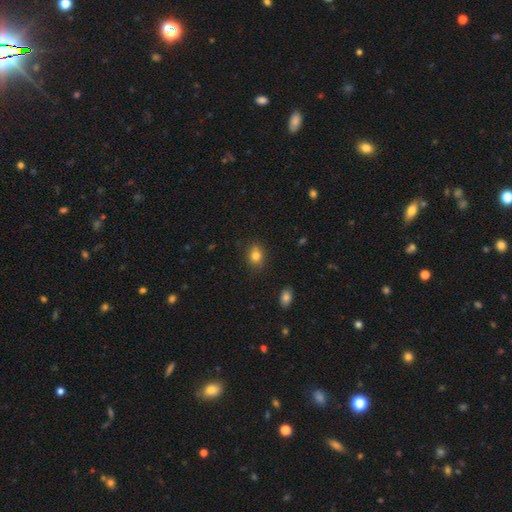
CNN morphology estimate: smooth_or_featured: smooth (p=0.81) [alt: star or artifact p=0.11]
how_rounded: in between (p=0.62) [alt: round p=0.36]
merging: none (p=0.81) [alt: minor disturbance p=0.15]